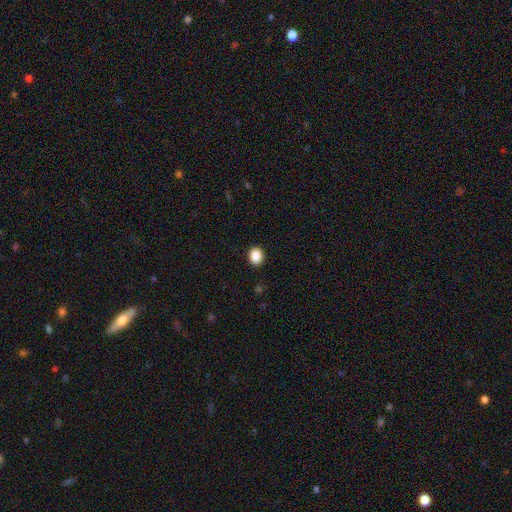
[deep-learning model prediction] A smooth galaxy with no disk features (89%) that is round (50%). Merging: none (91%).